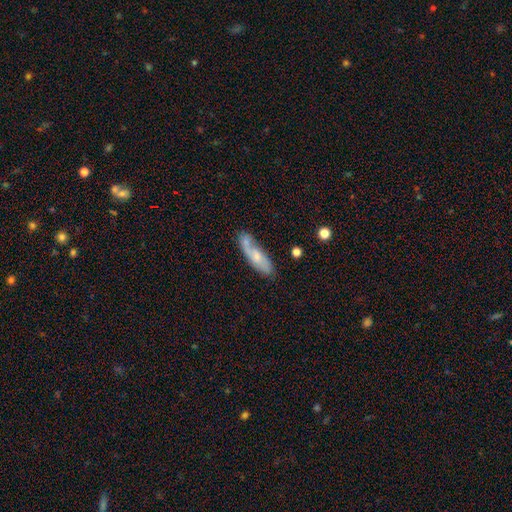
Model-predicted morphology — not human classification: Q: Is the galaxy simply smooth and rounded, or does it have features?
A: smooth — 53%.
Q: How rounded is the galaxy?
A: cigar-shaped — 51%.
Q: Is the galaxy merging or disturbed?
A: none — 49%.